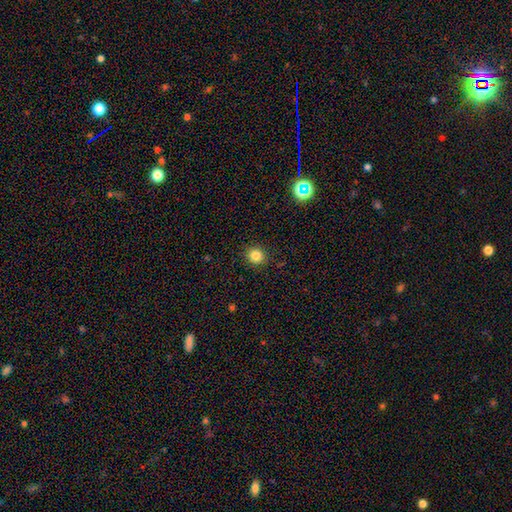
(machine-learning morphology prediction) A smooth galaxy with no disk features (83%) that is round (89%).

Vote fractions:
- Smooth or featured? smooth: 83% / star or artifact: 12% / featured or disk: 5%
- How rounded? round: 89% / in between: 10% / cigar-shaped: 1%
- Merging? none: 91% / minor disturbance: 6% / major disturbance: 2% / merger: 1%